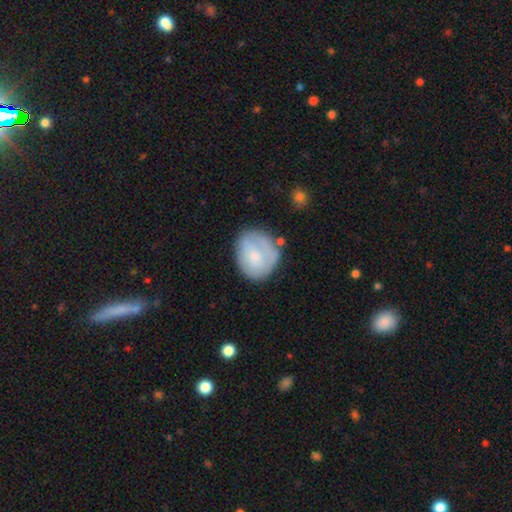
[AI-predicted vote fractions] Overall: smooth (62%; featured or disk 31%). How rounded: round (66%; in between 33%). Merging: none (62%; minor disturbance 24%).